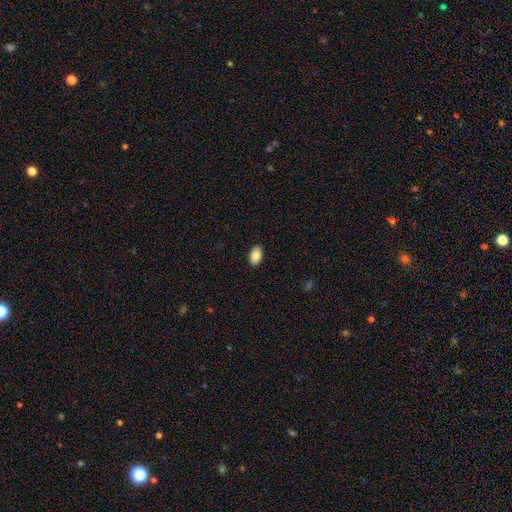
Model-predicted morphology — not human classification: smooth 88%, star or artifact 7%, featured or disk 5%. Down the decision tree: how rounded — in between (92%); merging — none (90%).